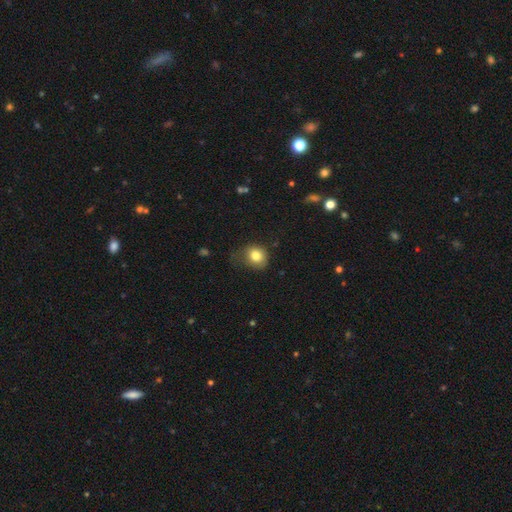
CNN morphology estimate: smooth_or_featured: smooth (p=0.80) [alt: star or artifact p=0.11]
how_rounded: round (p=0.65) [alt: in between p=0.34]
merging: none (p=0.53) [alt: minor disturbance p=0.32]